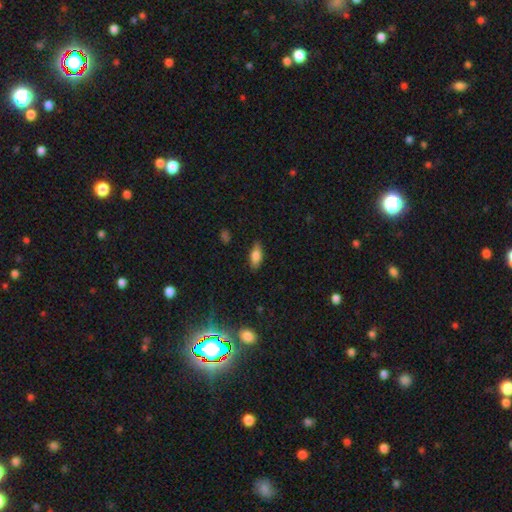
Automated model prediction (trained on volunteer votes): This appears to be a smooth galaxy with no disk features (79%) that is in between round and cigar-shaped (80%). Merging: none (82%).